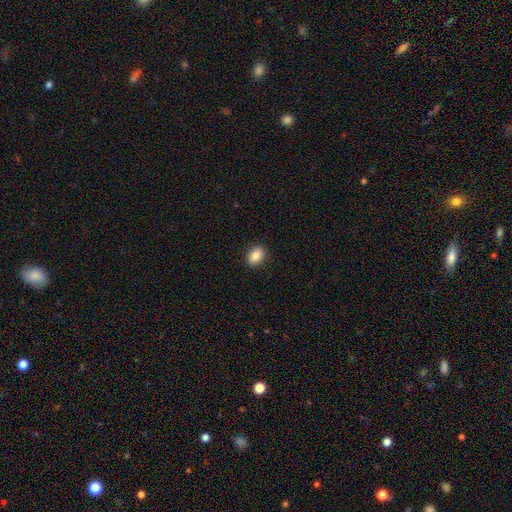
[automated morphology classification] Smooth or featured? smooth (87%)
How rounded? in between (76%)
Merging? none (90%)